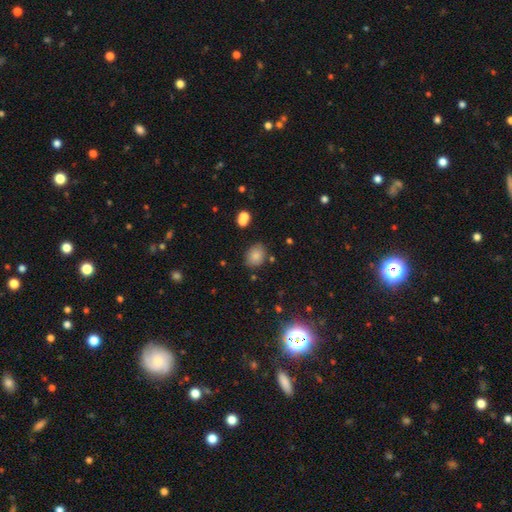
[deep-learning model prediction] Smooth or featured? smooth (81%)
How rounded? in between (58%)
Merging? none (81%)